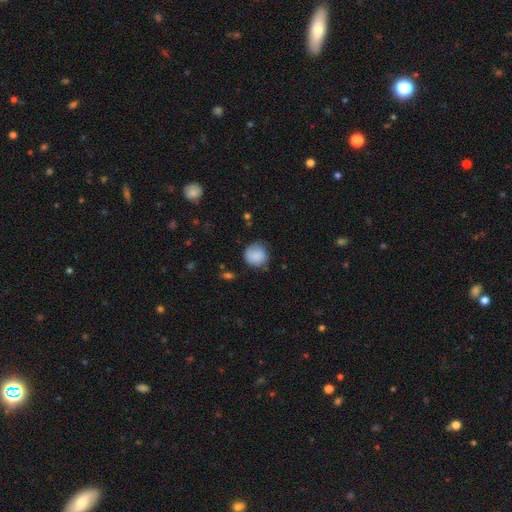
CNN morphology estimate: Smooth or featured: smooth — 86% (star or artifact — 8%)
How rounded: round — 90% (in between — 9%)
Merging: none — 72% (minor disturbance — 21%)